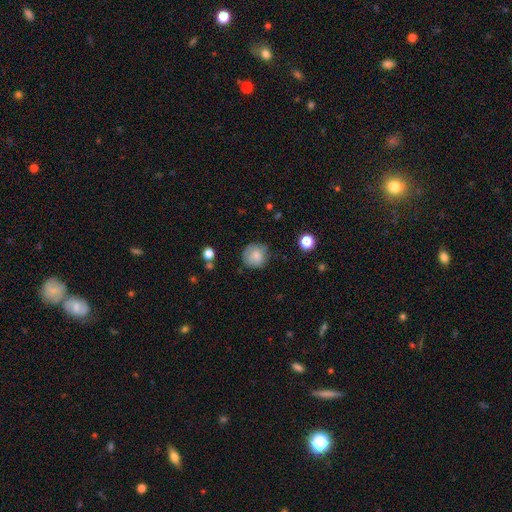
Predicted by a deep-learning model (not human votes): This is likely a smooth galaxy (78%). How rounded: clearly round (87%). Merging: likely none (68%).